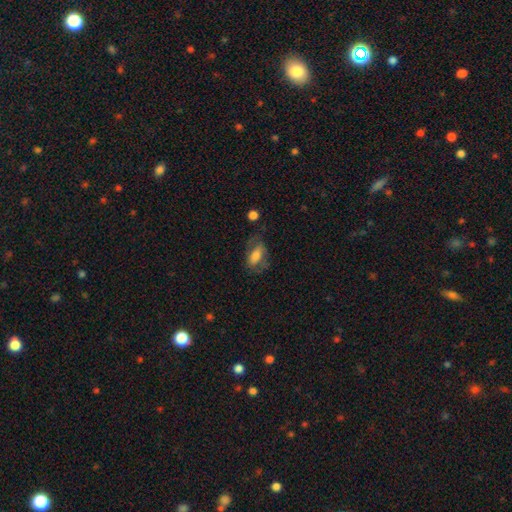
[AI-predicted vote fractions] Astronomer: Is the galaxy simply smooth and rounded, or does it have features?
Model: smooth — 62%.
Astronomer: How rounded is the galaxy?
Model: in between — 85%.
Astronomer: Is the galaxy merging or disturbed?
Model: none — 55%.